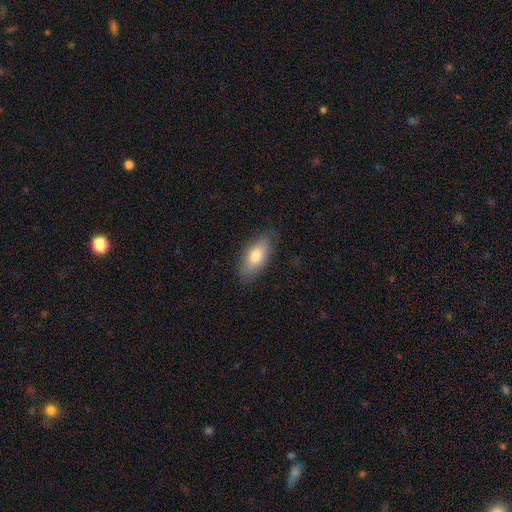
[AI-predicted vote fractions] smooth-or-featured: smooth: 76% | featured or disk: 18% | star or artifact: 6%
  how-rounded: in between: 85% | cigar-shaped: 12% | round: 3%
  merging: none: 83% | minor disturbance: 13% | major disturbance: 3% | merger: 1%